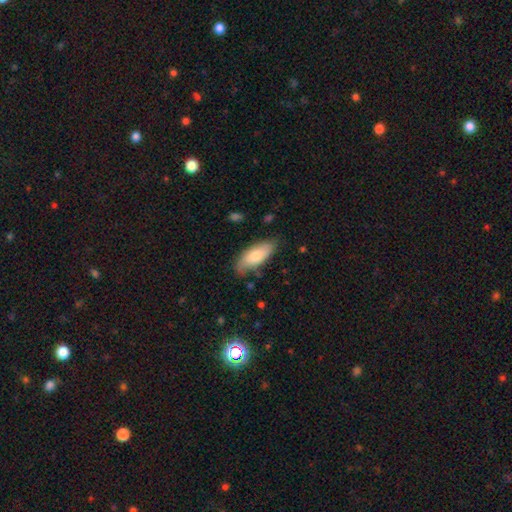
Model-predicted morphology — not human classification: Smooth or featured? smooth (74%)
How rounded? in between (82%)
Merging? none (71%)